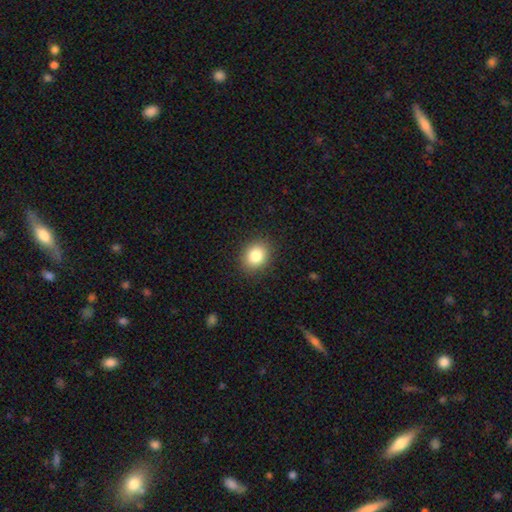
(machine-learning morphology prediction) Smooth or featured?
  - smooth: 84% *
  - star or artifact: 10%
  - featured or disk: 7%
How rounded?
  - round: 53% *
  - in between: 46%
  - cigar-shaped: 1%
Merging?
  - none: 89% *
  - minor disturbance: 8%
  - major disturbance: 2%
  - merger: 1%